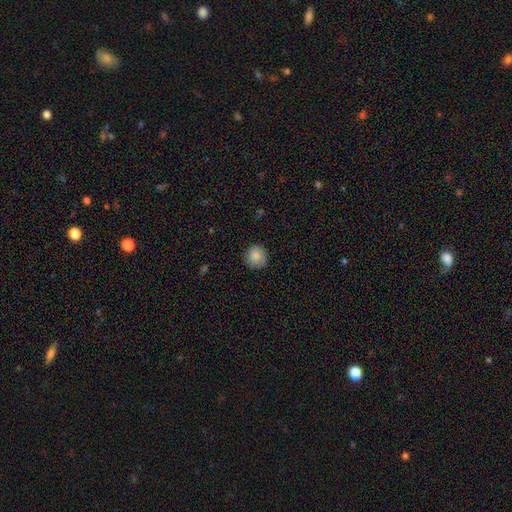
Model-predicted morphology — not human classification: smooth 86%, star or artifact 8%, featured or disk 5%. Down the decision tree: how rounded — round (91%); merging — none (86%).